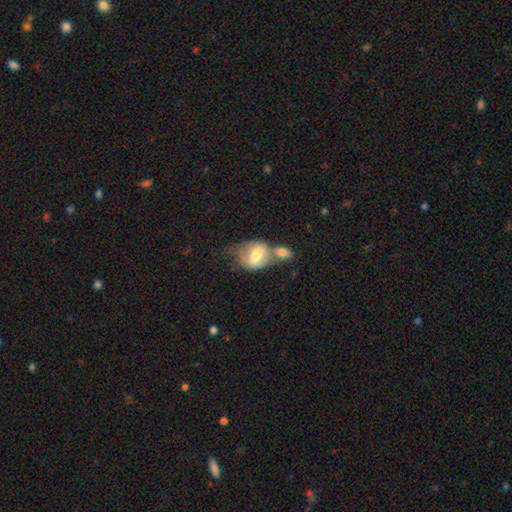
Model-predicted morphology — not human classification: Smooth or featured: smooth — 52% (featured or disk — 41%)
How rounded: in between — 68% (round — 29%)
Merging: merger — 56% (none — 19%)